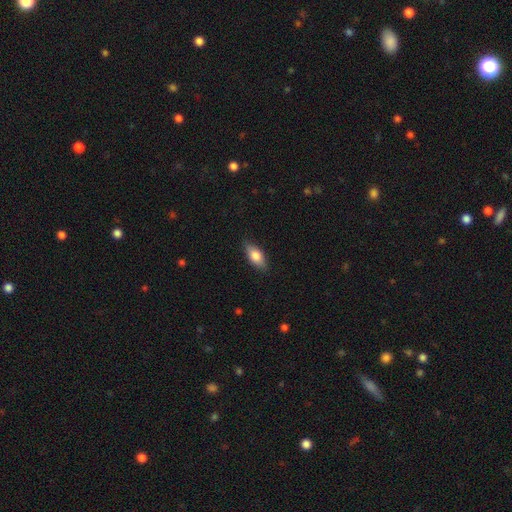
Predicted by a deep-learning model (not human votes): Morphology: type=smooth (74%); roundness=in between (84%); merging=none (85%).